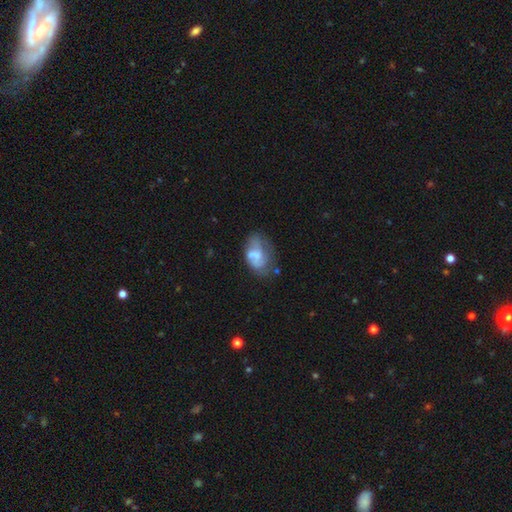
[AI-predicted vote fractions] smooth-or-featured: smooth: 49% | featured or disk: 43% | star or artifact: 8%
  merging: none: 38% | minor disturbance: 30% | major disturbance: 24% | merger: 8%